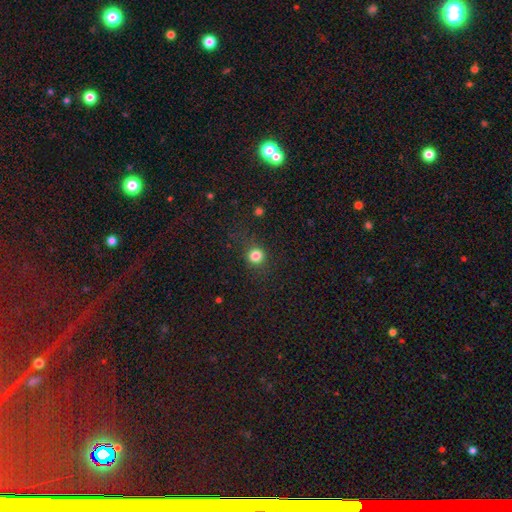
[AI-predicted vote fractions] Q: Smooth or featured?
A: smooth (81%); runner-up: star or artifact (14%)
Q: How rounded?
A: round (89%); runner-up: in between (10%)
Q: Merging?
A: none (83%); runner-up: minor disturbance (11%)